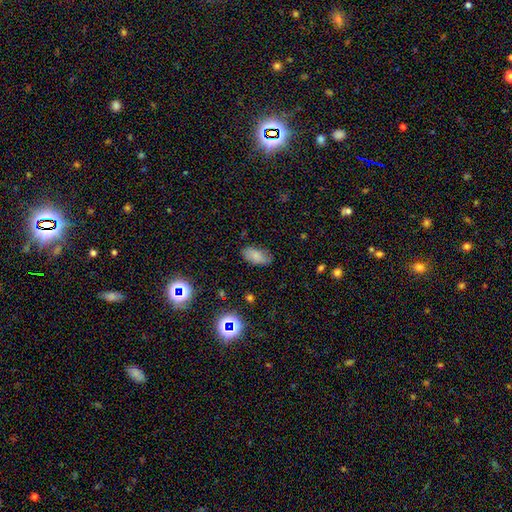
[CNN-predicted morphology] Overall: smooth (78%). How rounded: in between (91%). Merging: none (73%).